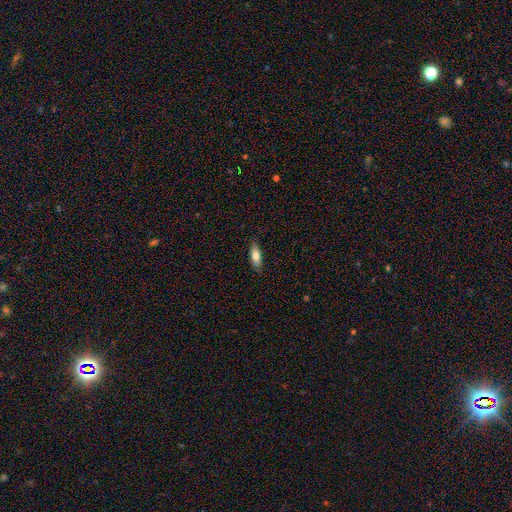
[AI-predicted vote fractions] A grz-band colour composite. It shows a smooth galaxy with no disk features (73%) that is in between round and cigar-shaped (61%). Merging: none (85%).